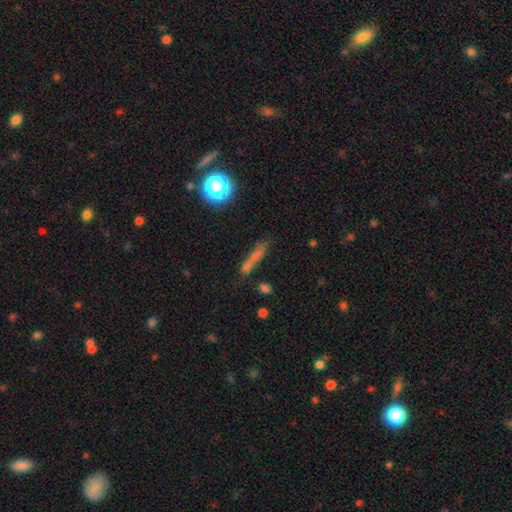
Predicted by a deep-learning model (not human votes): This is possibly a smooth galaxy (58%). How rounded: likely cigar-shaped (79%). Merging: likely none (64%).